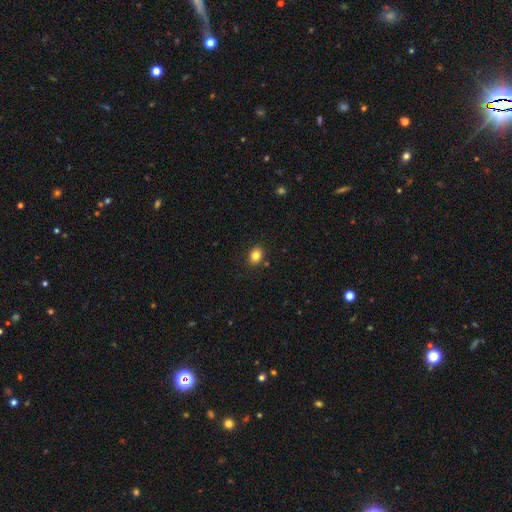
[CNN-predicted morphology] smooth_or_featured: smooth (p=0.83) [alt: star or artifact p=0.11]
how_rounded: in between (p=0.51) [alt: round p=0.48]
merging: none (p=0.87) [alt: minor disturbance p=0.09]